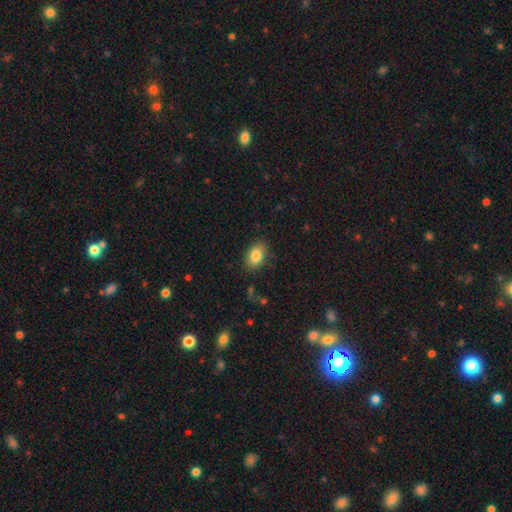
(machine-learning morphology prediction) Smooth or featured: smooth — 84% (featured or disk — 8%)
How rounded: in between — 85% (round — 14%)
Merging: none — 85% (minor disturbance — 11%)